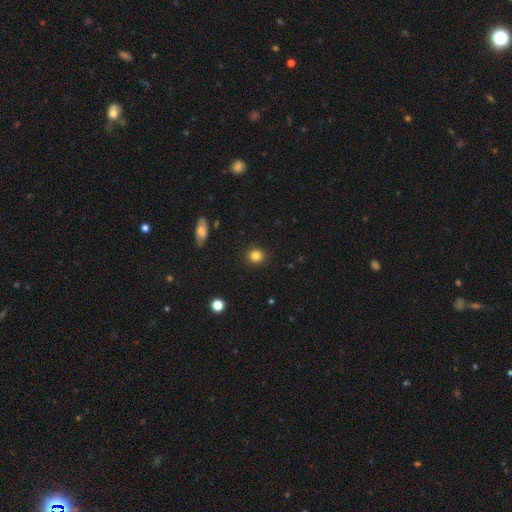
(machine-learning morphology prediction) This appears to be a smooth galaxy with no disk features (84%) that is round (89%). Merging: none (91%).